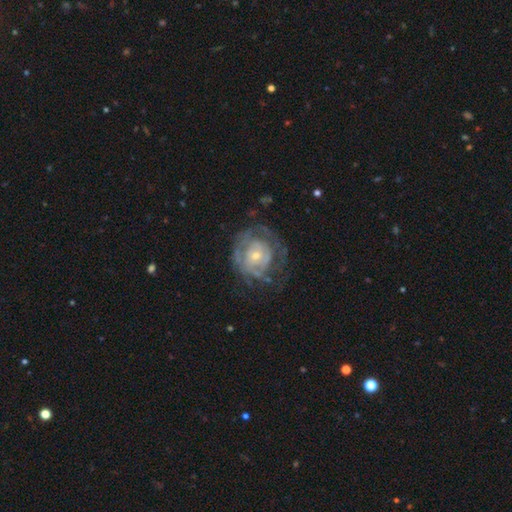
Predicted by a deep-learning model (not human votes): This is likely a featured or disk galaxy (73%). It is clearly not viewed edge-on (97%). Bar: likely no (79%). Spiral arm pattern: likely yes (67%). Central bulge: likely small (63%). Merging: possibly none (60%).